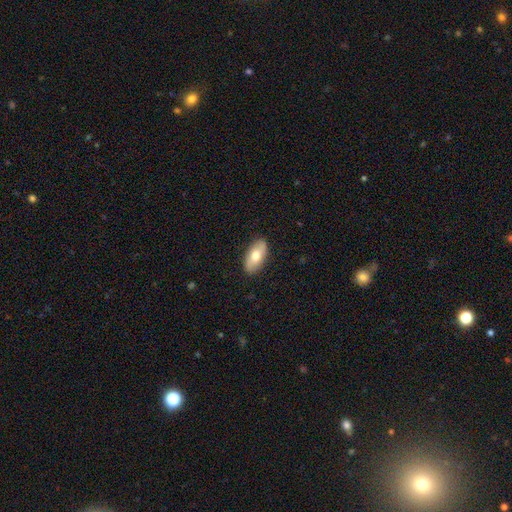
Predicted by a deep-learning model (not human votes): Morphology: type=smooth (66%); roundness=in between (92%); merging=none (87%).